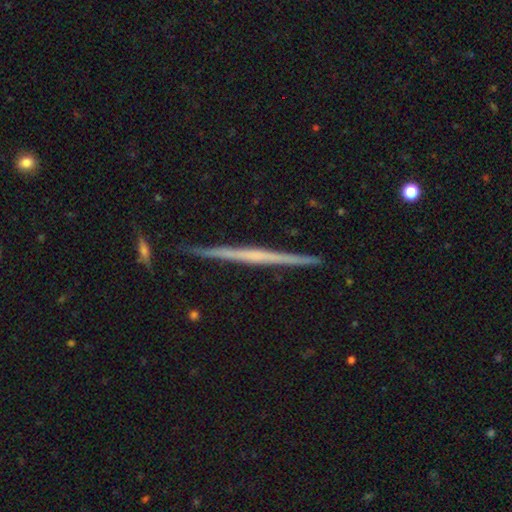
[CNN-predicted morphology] smooth-or-featured: featured or disk: 71% | smooth: 24% | star or artifact: 5%
  disk-edge-on: yes: 98% | no: 2%
    edge-on-bulge: none: 80% | rounded: 14% | boxy: 6%
  merging: none: 91% | minor disturbance: 6% | merger: 1% | major disturbance: 1%